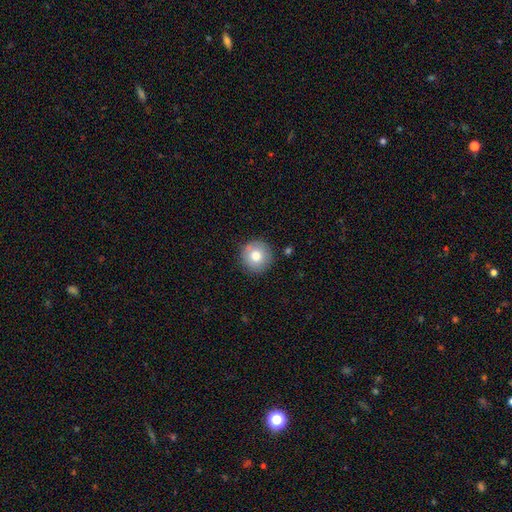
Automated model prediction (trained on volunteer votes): A smooth galaxy with no disk features (78%) that is round (95%).

Vote fractions:
- Smooth or featured? smooth: 78% / featured or disk: 13% / star or artifact: 9%
- How rounded? round: 95% / in between: 4% / cigar-shaped: 1%
- Merging? none: 87% / minor disturbance: 9% / major disturbance: 2% / merger: 2%